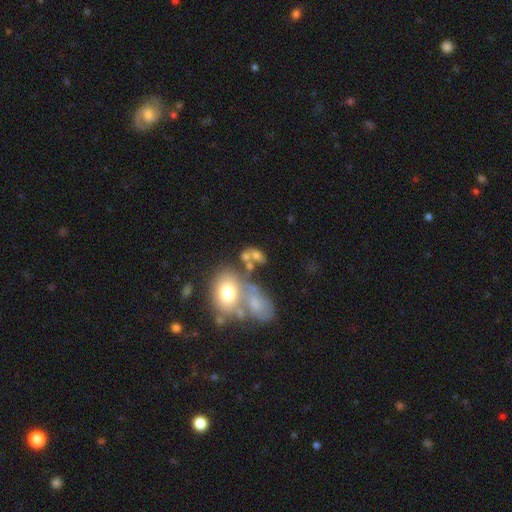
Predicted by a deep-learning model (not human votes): A smooth galaxy with no disk features (60%) that is in between round and cigar-shaped (72%).

Vote fractions:
- Smooth or featured? smooth: 60% / featured or disk: 26% / star or artifact: 14%
- How rounded? in between: 72% / round: 25% / cigar-shaped: 3%
- Merging? merger: 46% / none: 29% / minor disturbance: 13% / major disturbance: 12%